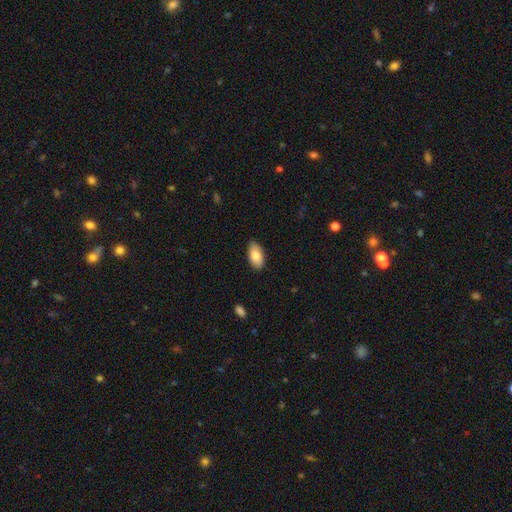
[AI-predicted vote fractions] The model was most divided on "merging": none: 82%, minor disturbance: 14%, major disturbance: 2%, merger: 1%. More confident: how rounded — in between (94%); smooth or featured — smooth (85%).